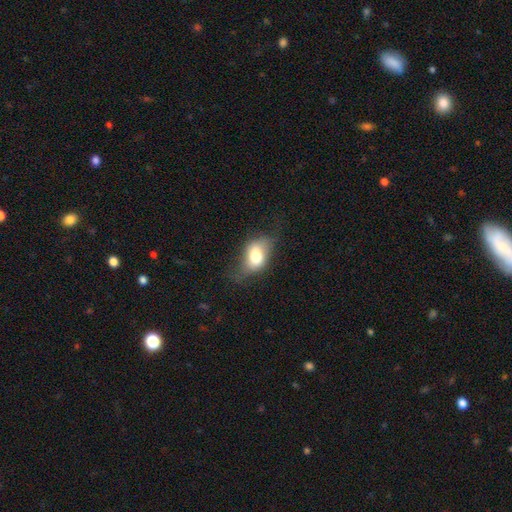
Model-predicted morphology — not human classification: This is likely a smooth galaxy (67%). How rounded: clearly in between (81%). Merging: possibly none (50%).